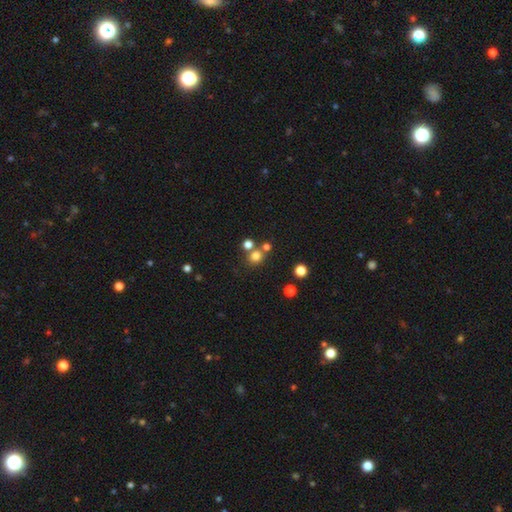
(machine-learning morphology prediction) This is likely a smooth galaxy (75%). How rounded: clearly round (85%). Merging: likely none (65%).